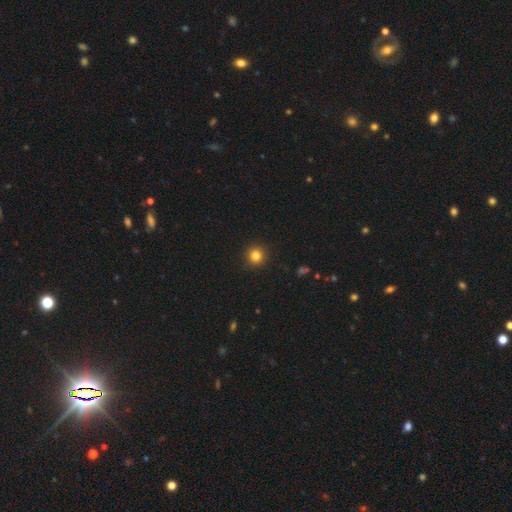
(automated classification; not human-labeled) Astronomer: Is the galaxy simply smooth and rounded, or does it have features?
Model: smooth — 82%.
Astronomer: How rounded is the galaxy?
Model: round — 94%.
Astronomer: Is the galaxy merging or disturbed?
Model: none — 92%.